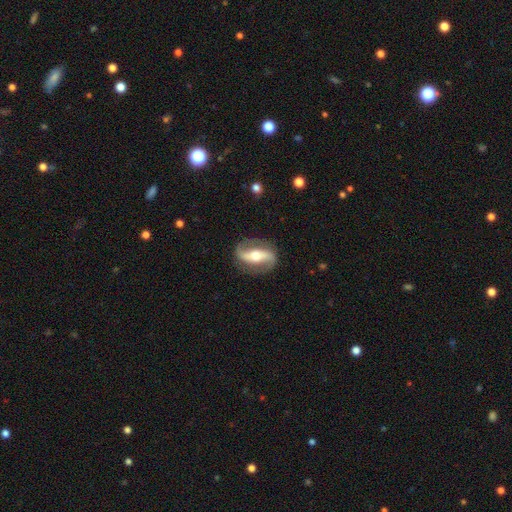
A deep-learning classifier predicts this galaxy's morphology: A featured or disk galaxy (85%) with a strong bar (58%), 2 (92%) loose (43%) spiral arms (90%) and a moderate central bulge (68%).

Vote fractions:
- Smooth or featured? featured or disk: 85% / smooth: 11% / star or artifact: 4%
- Edge-on disk? no: 92% / yes: 8%
- Bar? strong: 58% / weak: 21% / no: 21%
- Spiral arms? yes: 90% / no: 10%
- Spiral winding? loose: 43% / medium: 39% / tight: 18%
- Spiral arm count? 2: 92% / can't tell: 3% / 1: 2% / 3: 1% / 4: 1% / more than 4: 1%
- Bulge size? moderate: 68% / small: 23% / large: 7% / dominant: 1% / none: 1%
- Merging? none: 85% / minor disturbance: 10% / major disturbance: 4% / merger: 1%